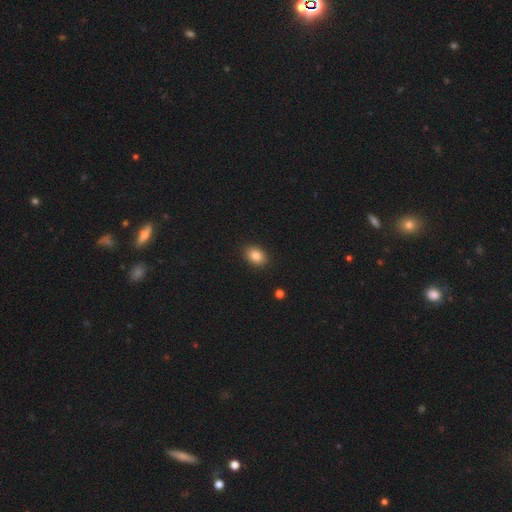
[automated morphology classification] Q: Smooth or featured?
A: smooth (84%); runner-up: star or artifact (9%)
Q: How rounded?
A: in between (75%); runner-up: round (24%)
Q: Merging?
A: none (90%); runner-up: minor disturbance (7%)